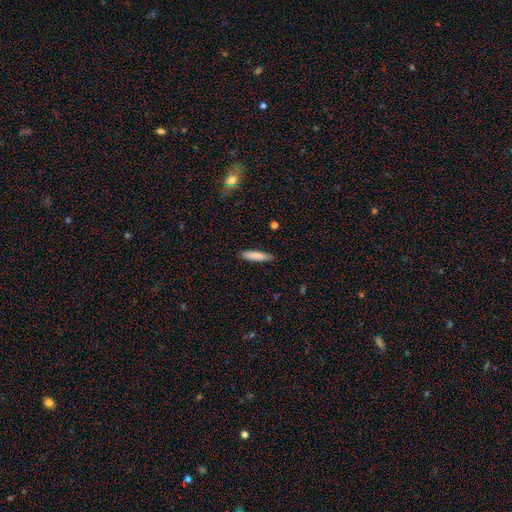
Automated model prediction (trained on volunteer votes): This is clearly a smooth galaxy (85%). How rounded: clearly cigar-shaped (81%). Merging: clearly none (88%).